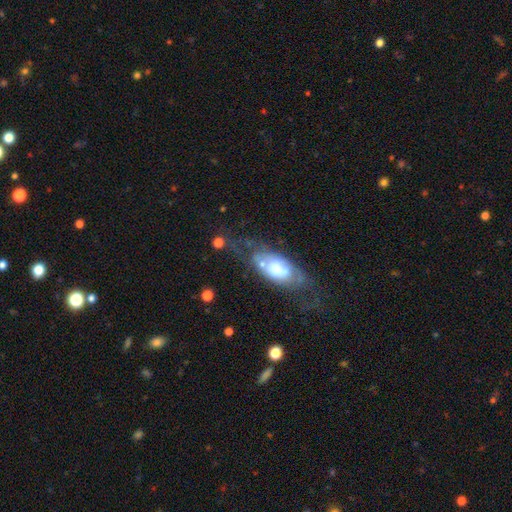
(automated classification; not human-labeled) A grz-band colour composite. It shows a featured or disk galaxy (59%). Merging: none (62%).